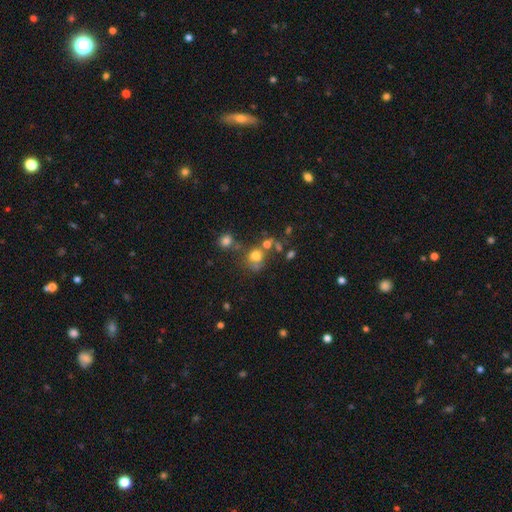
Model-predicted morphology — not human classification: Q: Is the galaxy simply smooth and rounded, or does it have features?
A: smooth — 69%.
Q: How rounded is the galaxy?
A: round — 75%.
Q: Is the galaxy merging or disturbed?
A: none — 45%.